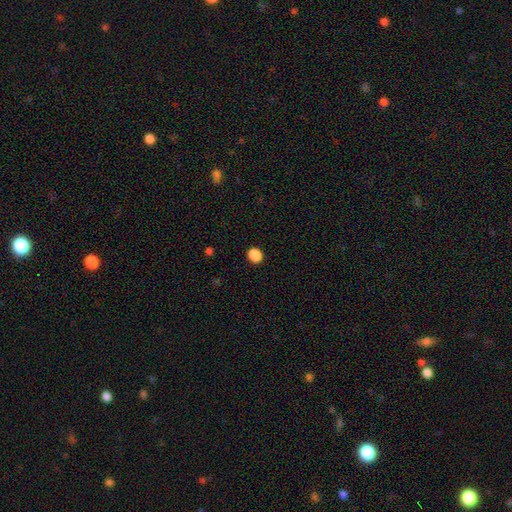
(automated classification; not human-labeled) Smooth or featured? Predicted: smooth (p=0.88). How rounded? Predicted: round (p=0.61). Merging? Predicted: none (p=0.91).